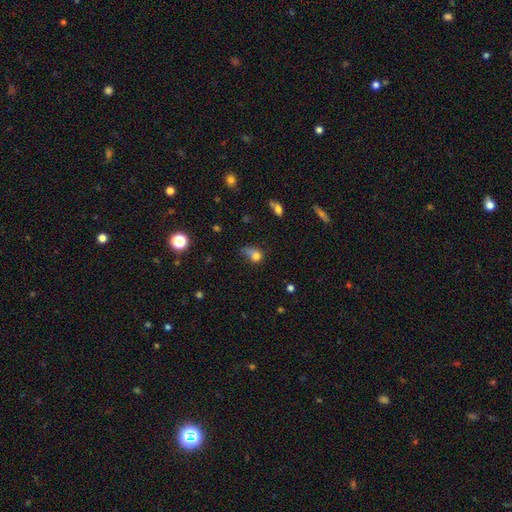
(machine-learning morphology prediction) Q: Smooth or featured?
A: smooth (75%); runner-up: star or artifact (13%)
Q: How rounded?
A: round (49%); runner-up: in between (48%)
Q: Merging?
A: minor disturbance (32%); runner-up: major disturbance (30%)